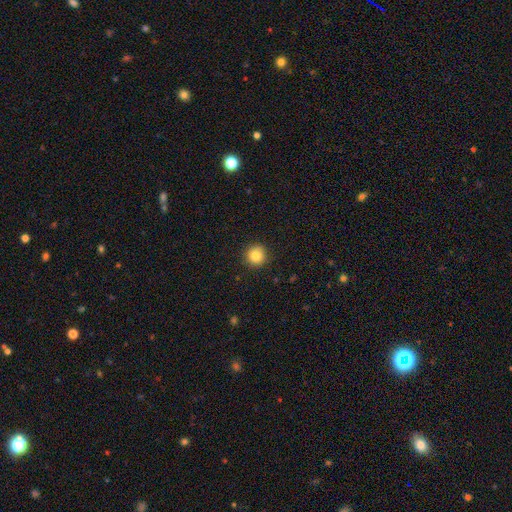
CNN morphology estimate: Smooth or featured? Predicted: smooth (p=0.84). How rounded? Predicted: round (p=0.94). Merging? Predicted: none (p=0.91).